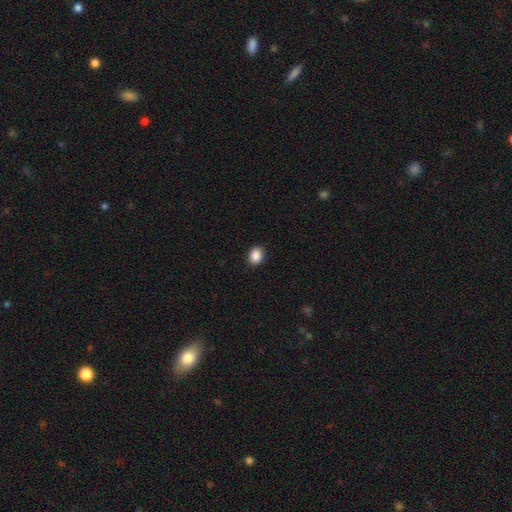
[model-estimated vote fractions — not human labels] This appears to be a smooth galaxy with no disk features (89%) that is round (52%). Merging: none (90%).